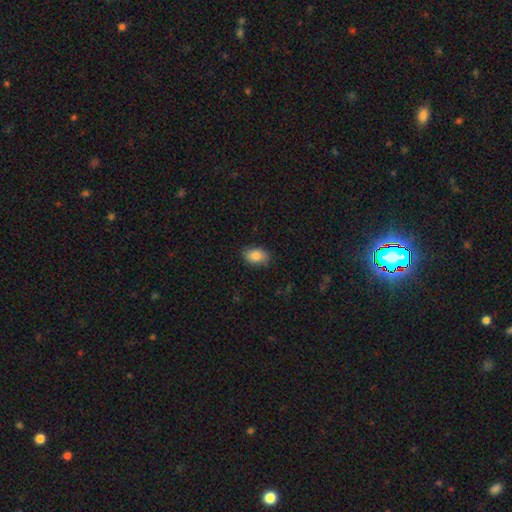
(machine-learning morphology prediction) A smooth galaxy with no disk features (87%) that is in between round and cigar-shaped (87%).

Vote fractions:
- Smooth or featured? smooth: 87% / star or artifact: 7% / featured or disk: 6%
- How rounded? in between: 87% / round: 11% / cigar-shaped: 1%
- Merging? none: 82% / minor disturbance: 14% / major disturbance: 3% / merger: 1%